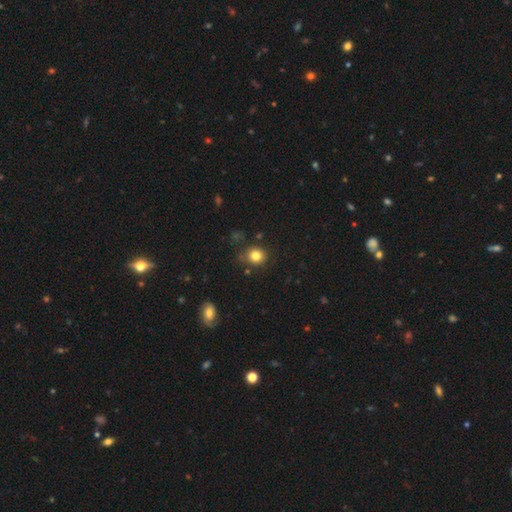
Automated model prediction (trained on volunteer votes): A smooth galaxy with no disk features (82%) that is round (84%). Merging: none (81%).